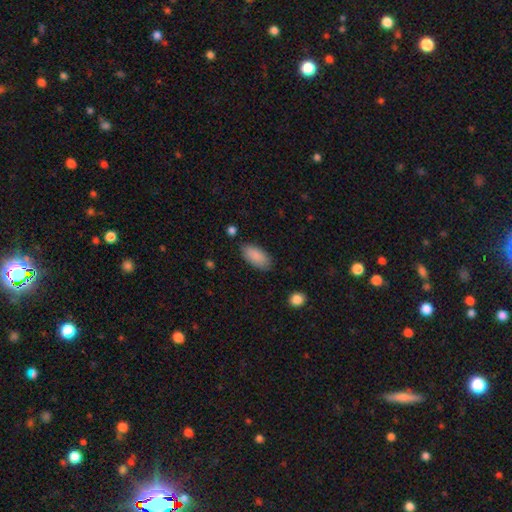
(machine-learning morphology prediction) smooth 89%, star or artifact 6%, featured or disk 5%. Down the decision tree: how rounded — in between (91%); merging — none (84%).